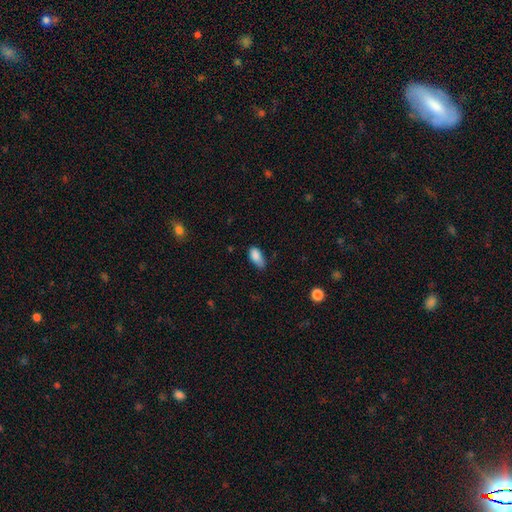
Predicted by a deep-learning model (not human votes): This is clearly a smooth galaxy (85%). How rounded: clearly in between (90%). Merging: possibly none (51%).